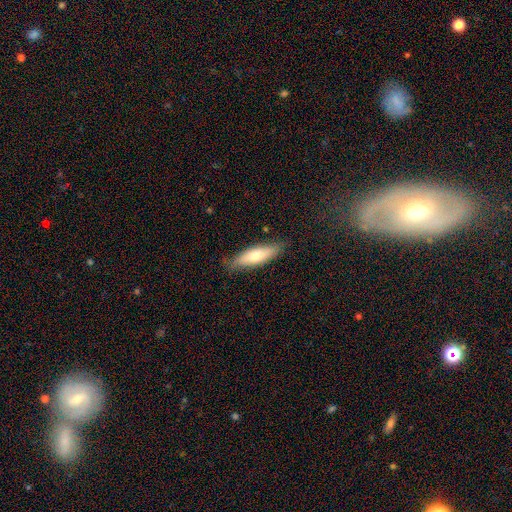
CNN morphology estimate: The model was most divided on "how rounded": cigar-shaped: 57%, in between: 41%, round: 2%. More confident: merging — none (82%); smooth or featured — smooth (69%).